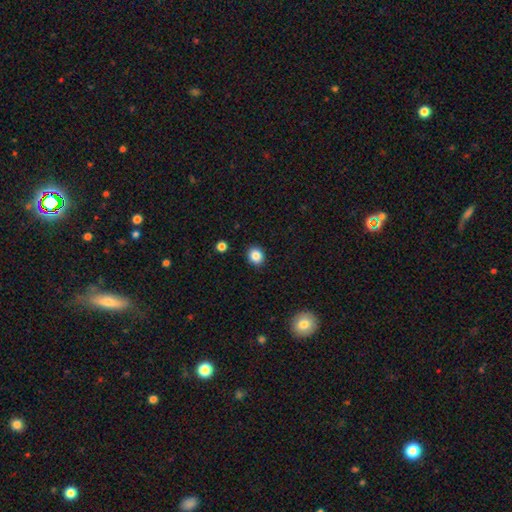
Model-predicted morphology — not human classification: Q: Smooth or featured?
A: smooth (85%); runner-up: star or artifact (10%)
Q: How rounded?
A: round (75%); runner-up: in between (24%)
Q: Merging?
A: none (90%); runner-up: minor disturbance (6%)